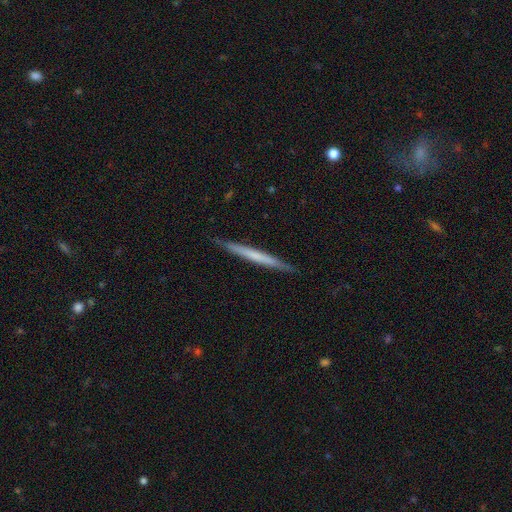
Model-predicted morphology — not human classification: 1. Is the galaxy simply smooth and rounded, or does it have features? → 50% smooth, 44% featured or disk, 5% star or artifact.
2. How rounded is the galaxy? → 97% cigar-shaped, 2% in between, 1% round.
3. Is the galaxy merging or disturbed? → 90% none, 8% minor disturbance, 1% major disturbance, 1% merger.